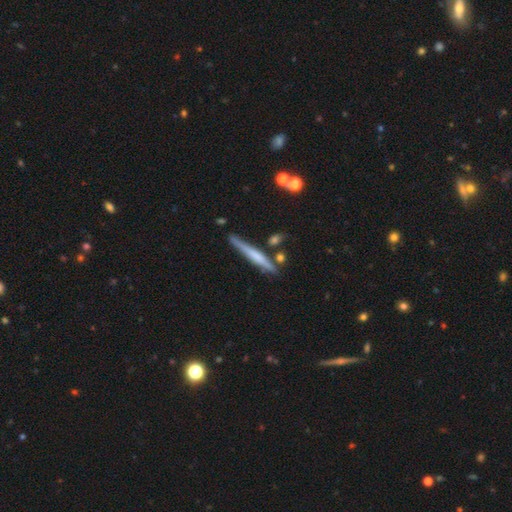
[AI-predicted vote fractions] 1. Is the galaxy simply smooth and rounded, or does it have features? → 50% featured or disk, 43% smooth, 7% star or artifact.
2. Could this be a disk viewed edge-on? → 96% yes, 4% no.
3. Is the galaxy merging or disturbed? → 76% none, 14% minor disturbance, 6% merger, 3% major disturbance.